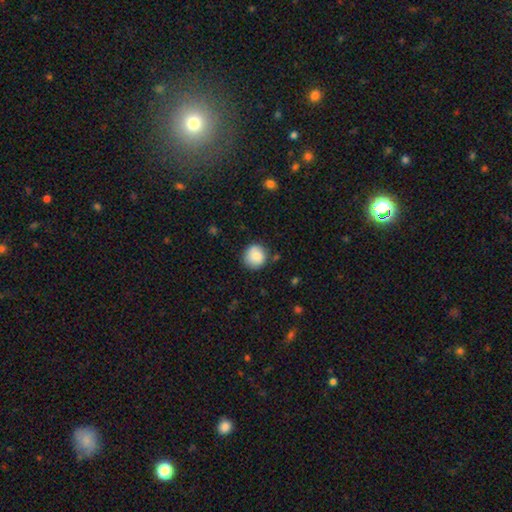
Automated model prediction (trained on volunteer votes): Smooth or featured? smooth (85%)
How rounded? round (93%)
Merging? none (84%)